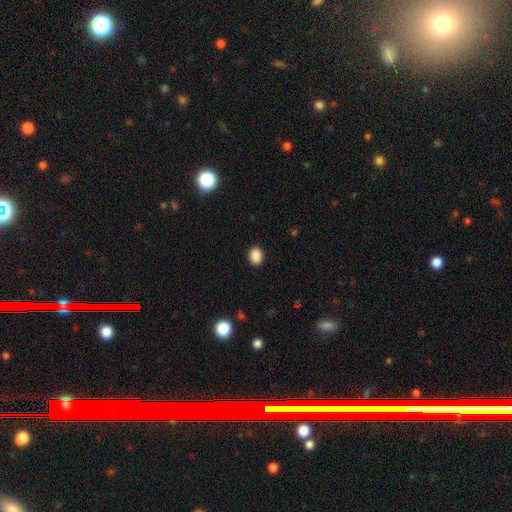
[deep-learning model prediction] Smooth or featured?
  - smooth: 89% *
  - star or artifact: 9%
  - featured or disk: 2%
How rounded?
  - in between: 64% *
  - round: 35%
  - cigar-shaped: 1%
Merging?
  - none: 90% *
  - minor disturbance: 7%
  - major disturbance: 2%
  - merger: 1%